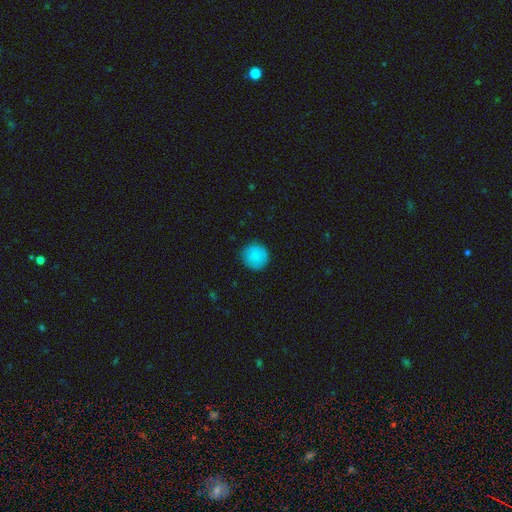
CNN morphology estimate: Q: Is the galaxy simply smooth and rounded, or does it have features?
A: smooth — 87%.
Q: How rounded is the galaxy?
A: round — 94%.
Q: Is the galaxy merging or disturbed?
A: none — 86%.